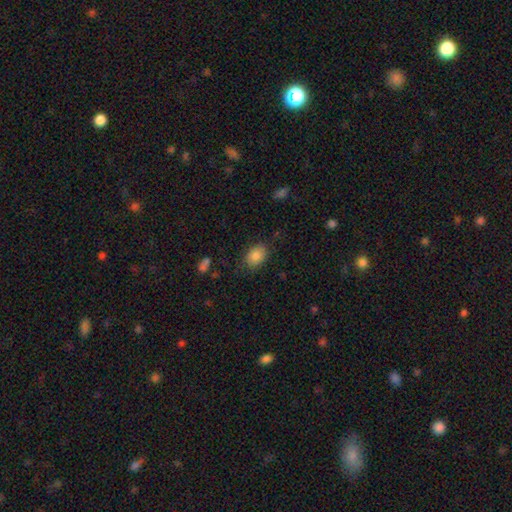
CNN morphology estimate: Overall: smooth (84%). How rounded: in between (78%). Merging: none (79%).